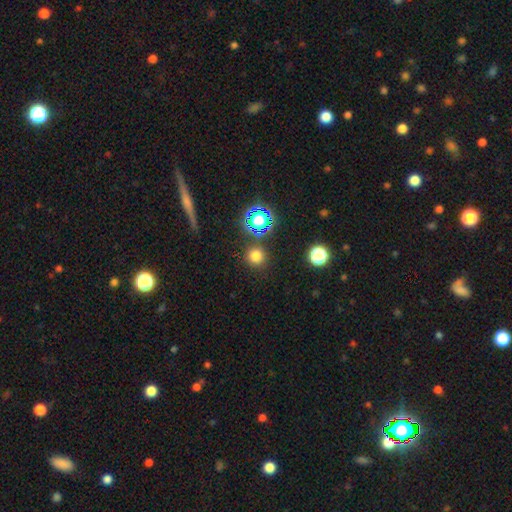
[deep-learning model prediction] Smooth or featured? Predicted: smooth (p=0.74). How rounded? Predicted: round (p=0.93). Merging? Predicted: none (p=0.87).